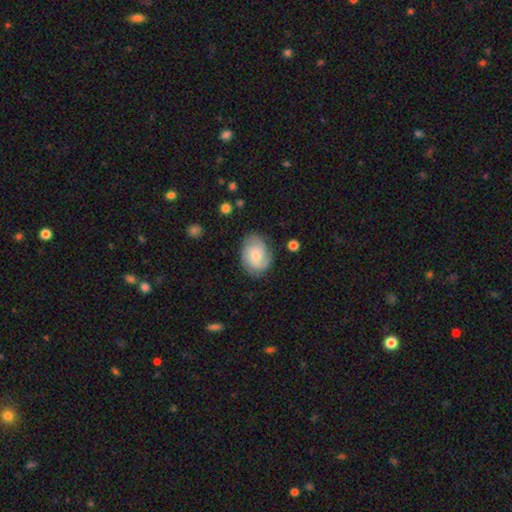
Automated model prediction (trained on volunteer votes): Overall: featured or disk (60%; smooth 33%). Edge-on disk: no (97%). Bar: no (69%). Spiral arms: yes (92%). Spiral arm count: 3 (30%; 2 29%). Spiral winding: tight (42%; medium 41%). Bulge size: small (52%; moderate 39%). Merging: none (75%).